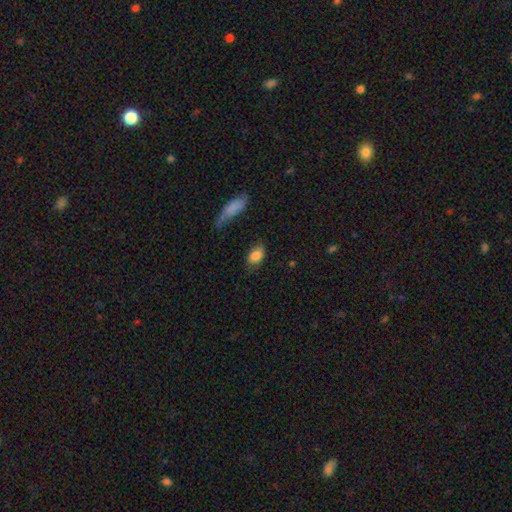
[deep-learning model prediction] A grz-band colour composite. It shows a smooth galaxy with no disk features (85%) that is in between round and cigar-shaped (86%). Merging: none (66%).